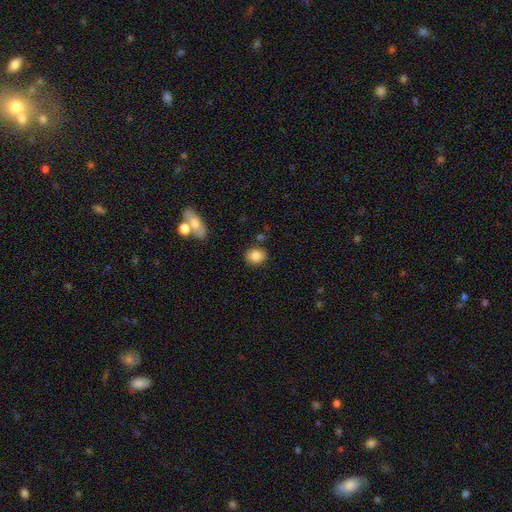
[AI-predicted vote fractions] The model was most divided on "how rounded": round: 58%, in between: 41%, cigar-shaped: 1%. More confident: smooth or featured — smooth (85%); merging — none (82%).